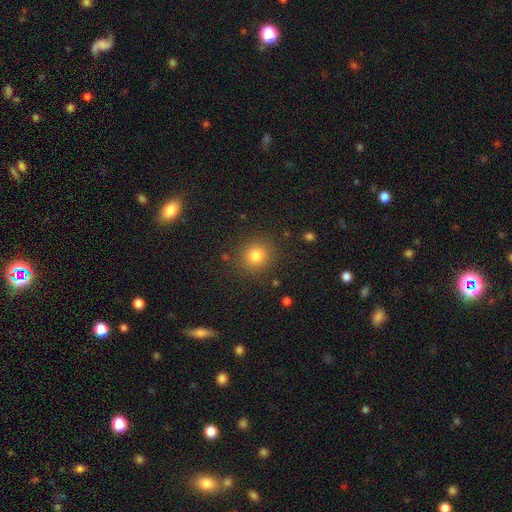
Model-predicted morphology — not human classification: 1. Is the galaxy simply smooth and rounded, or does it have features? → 81% smooth, 13% star or artifact, 6% featured or disk.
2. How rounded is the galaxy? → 86% round, 13% in between, 1% cigar-shaped.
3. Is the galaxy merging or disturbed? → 87% none, 8% minor disturbance, 3% major disturbance, 2% merger.